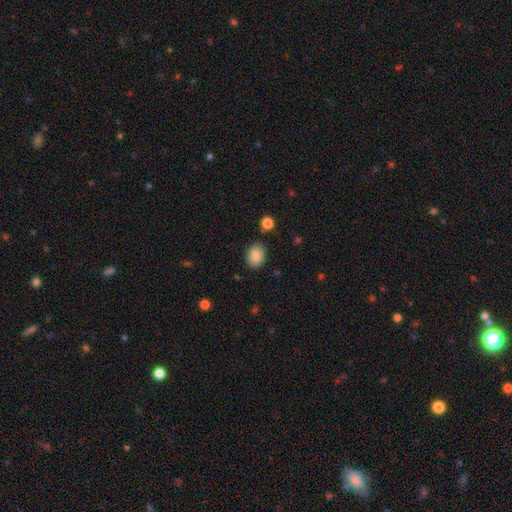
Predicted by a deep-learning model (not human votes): This is clearly a smooth galaxy (85%). How rounded: likely in between (63%). Merging: clearly none (82%).